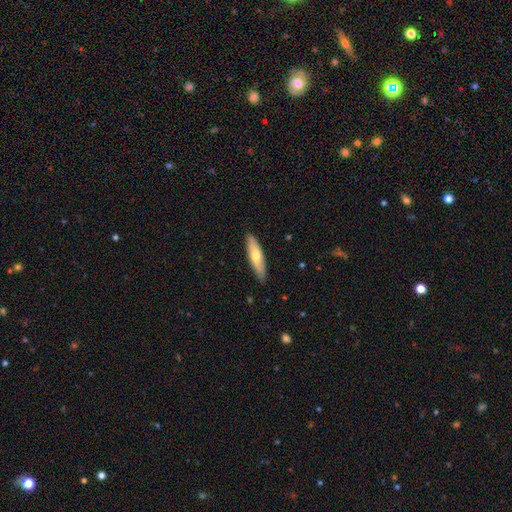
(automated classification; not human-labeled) smooth 61%, featured or disk 33%, star or artifact 5%. Down the decision tree: how rounded — cigar-shaped (68%); merging — none (87%).